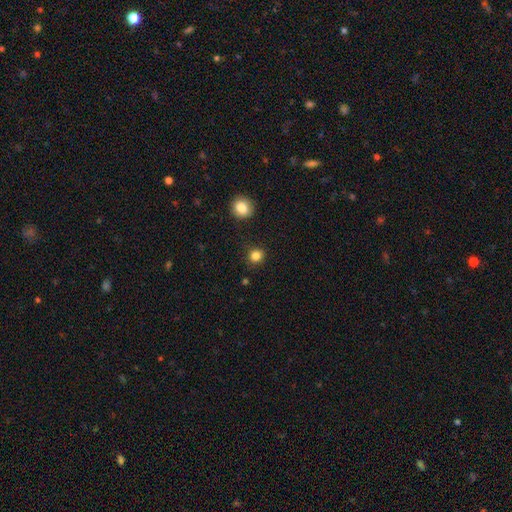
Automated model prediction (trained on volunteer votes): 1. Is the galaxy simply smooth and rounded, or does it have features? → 83% smooth, 13% star or artifact, 4% featured or disk.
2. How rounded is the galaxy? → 85% round, 14% in between, 1% cigar-shaped.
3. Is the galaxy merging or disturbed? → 87% none, 8% minor disturbance, 2% major disturbance, 2% merger.